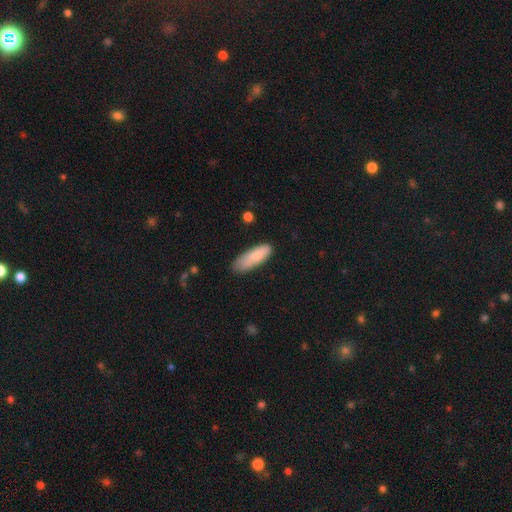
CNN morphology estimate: This appears to be a smooth galaxy with no disk features (79%) that is in between round and cigar-shaped (58%). Merging: none (64%).